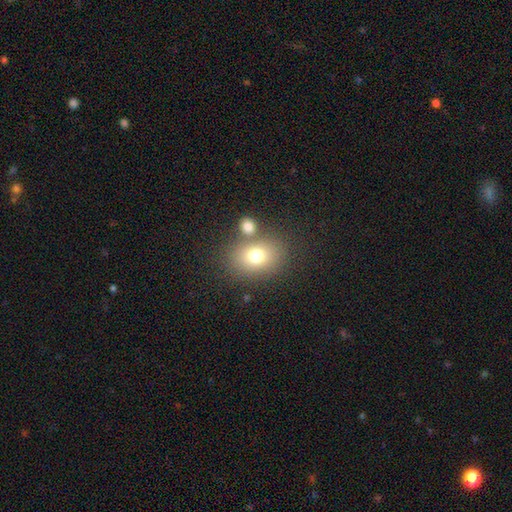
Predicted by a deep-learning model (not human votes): A smooth galaxy with no disk features (76%) that is in between round and cigar-shaped (63%). Merging: none (66%).